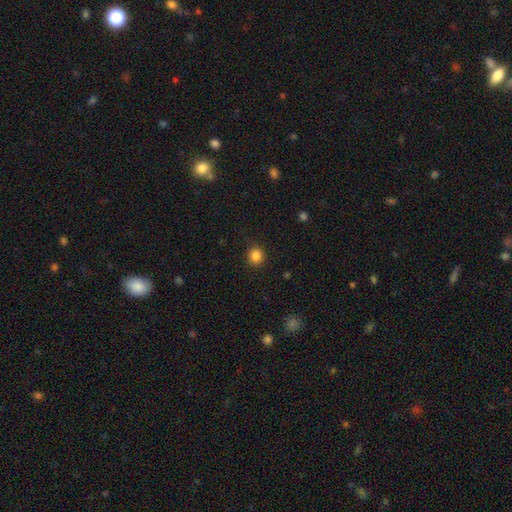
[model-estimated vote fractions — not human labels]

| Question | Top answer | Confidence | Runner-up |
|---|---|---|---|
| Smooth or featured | smooth | 85% | star or artifact (11%) |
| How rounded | round | 90% | in between (9%) |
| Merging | none | 89% | minor disturbance (8%) |